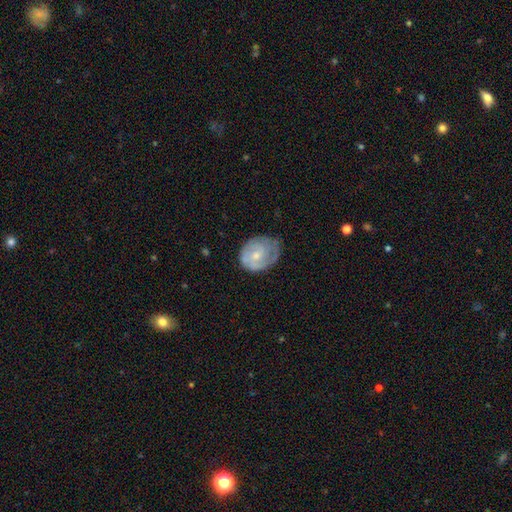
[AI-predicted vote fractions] featured or disk 58%, smooth 36%, star or artifact 6%. Down the decision tree: edge-on disk — no (97%); bar — no (71%); spiral arms — yes (78%); bulge size — small (54%); merging — none (53%).